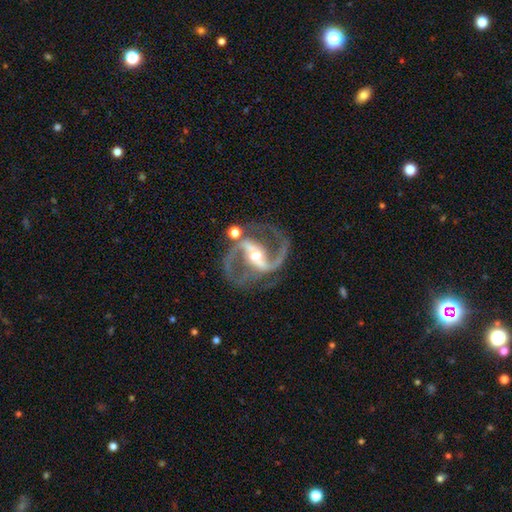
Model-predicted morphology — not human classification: smooth-or-featured: featured or disk: 93% | star or artifact: 5% | smooth: 2%
  disk-edge-on: no: 97% | yes: 3%
    bar: strong: 65% | weak: 24% | no: 11%
    has-spiral-arms: yes: 98% | no: 2%
      spiral-winding: medium: 64% | loose: 22% | tight: 14%
      spiral-arm-count: 2: 94% | 3: 2% | can't tell: 1% | 1: 1% | 4: 1% | more than 4: 1%
    bulge-size: moderate: 59% | small: 35% | large: 4% | none: 1% | dominant: 1%
  merging: none: 75% | minor disturbance: 13% | major disturbance: 7% | merger: 5%